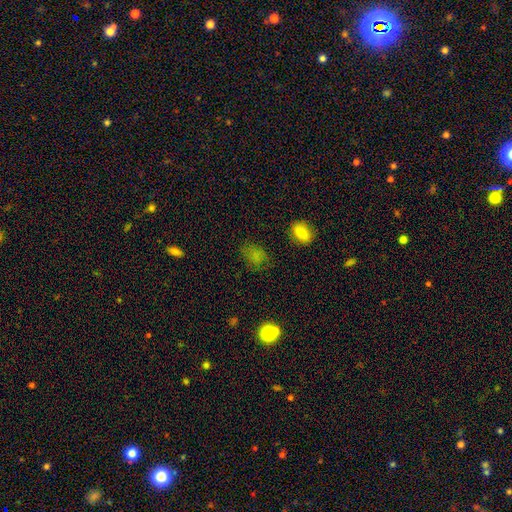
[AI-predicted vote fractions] Smooth or featured? smooth (73%)
How rounded? in between (63%)
Merging? none (67%)